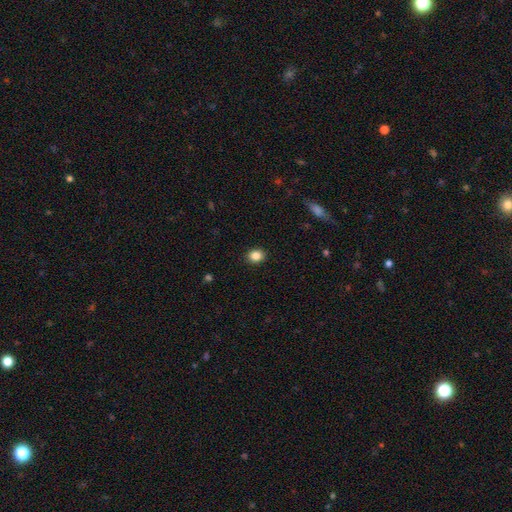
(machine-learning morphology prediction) The model was most divided on "how rounded": round: 55%, in between: 44%, cigar-shaped: 1%. More confident: merging — none (90%); smooth or featured — smooth (86%).